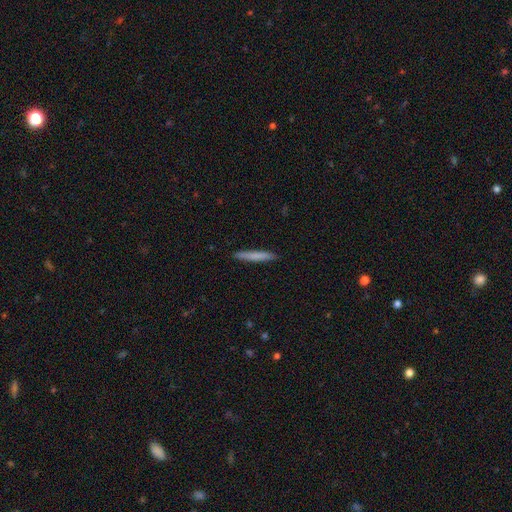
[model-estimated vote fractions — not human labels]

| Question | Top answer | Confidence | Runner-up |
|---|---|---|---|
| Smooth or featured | smooth | 76% | featured or disk (19%) |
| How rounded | cigar-shaped | 96% | in between (3%) |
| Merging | none | 91% | minor disturbance (6%) |